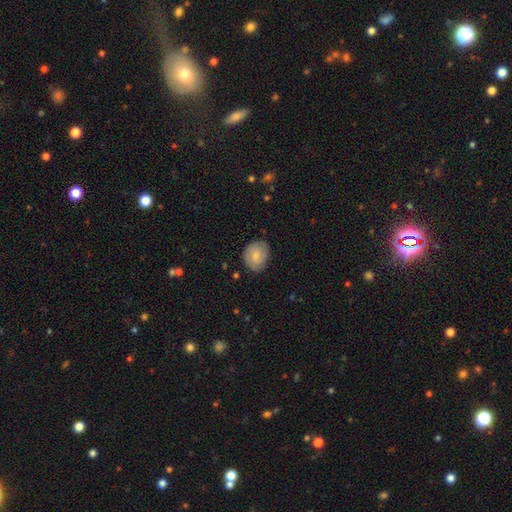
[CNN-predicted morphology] Smooth or featured?
  - smooth: 65% *
  - featured or disk: 28%
  - star or artifact: 7%
How rounded?
  - round: 60% *
  - in between: 39%
  - cigar-shaped: 1%
Merging?
  - none: 72% *
  - minor disturbance: 22%
  - major disturbance: 4%
  - merger: 1%